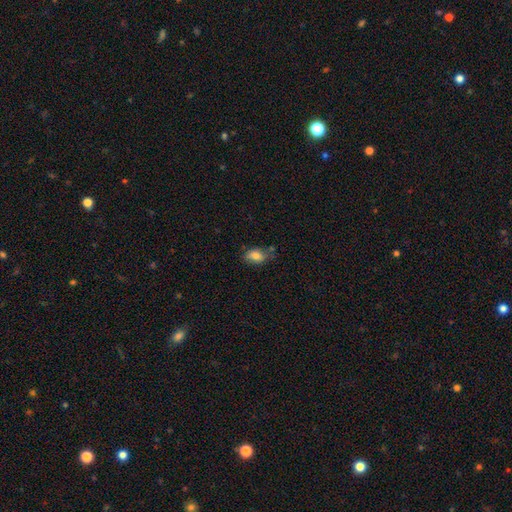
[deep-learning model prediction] Smooth or featured? smooth (80%)
How rounded? in between (86%)
Merging? none (61%)